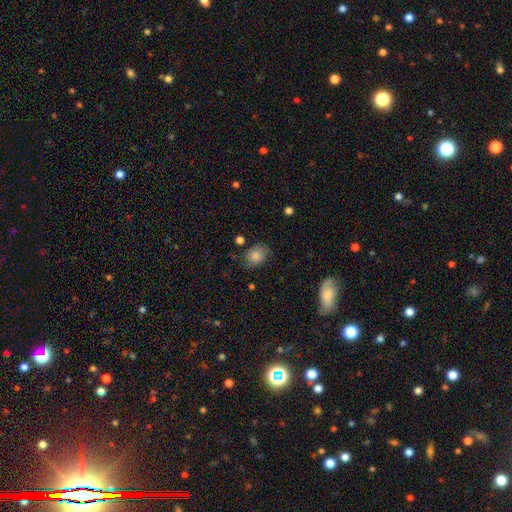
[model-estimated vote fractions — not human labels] Overall: smooth (77%). How rounded: in between (62%; round 37%). Merging: none (68%).